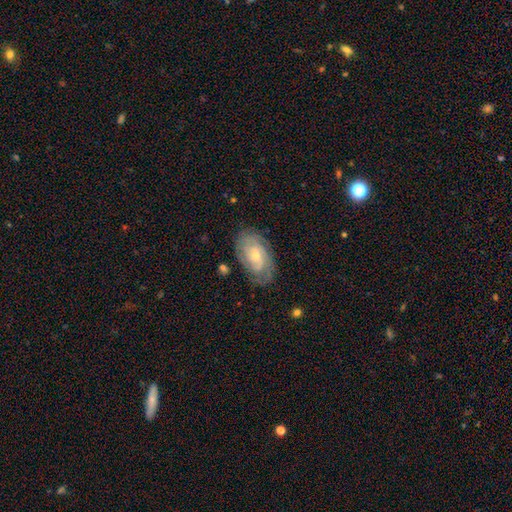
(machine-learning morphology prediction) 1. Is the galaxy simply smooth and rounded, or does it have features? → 75% featured or disk, 18% smooth, 6% star or artifact.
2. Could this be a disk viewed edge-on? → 96% no, 4% yes.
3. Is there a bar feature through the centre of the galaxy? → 65% no, 30% weak, 5% strong.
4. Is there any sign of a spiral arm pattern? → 92% yes, 8% no.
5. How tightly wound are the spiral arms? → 64% tight, 29% medium, 8% loose.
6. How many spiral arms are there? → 35% can't tell, 34% 2, 16% 3, 7% 4, 4% 1, 4% more than 4.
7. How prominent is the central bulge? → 62% small, 33% moderate, 2% none, 2% large, 1% dominant.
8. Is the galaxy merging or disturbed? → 77% none, 17% minor disturbance, 5% major disturbance, 1% merger.